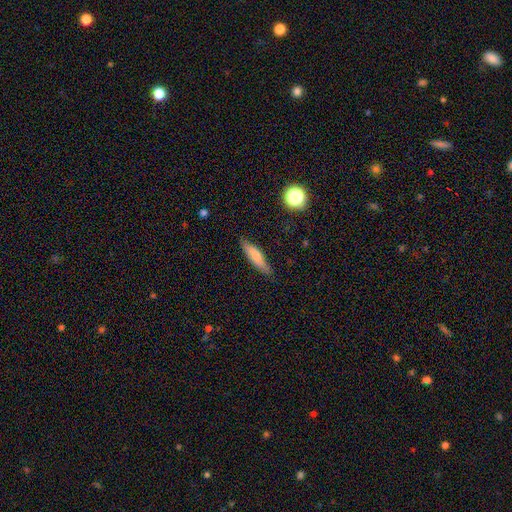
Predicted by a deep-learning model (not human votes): This appears to be a smooth galaxy with no disk features (73%) that is cigar-shaped (76%). Merging: none (84%).